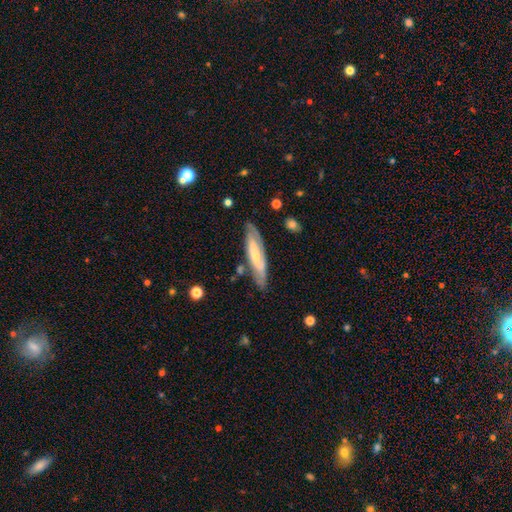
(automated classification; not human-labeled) Smooth or featured: featured or disk — 63% (smooth — 31%)
Edge-on disk: no — 63% (yes — 37%)
Merging: none — 75% (minor disturbance — 17%)